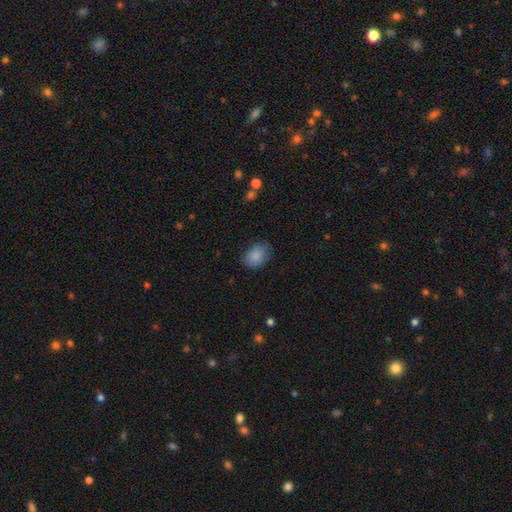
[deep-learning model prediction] Morphology: type=smooth (87%); roundness=in between (70%); merging=none (76%).